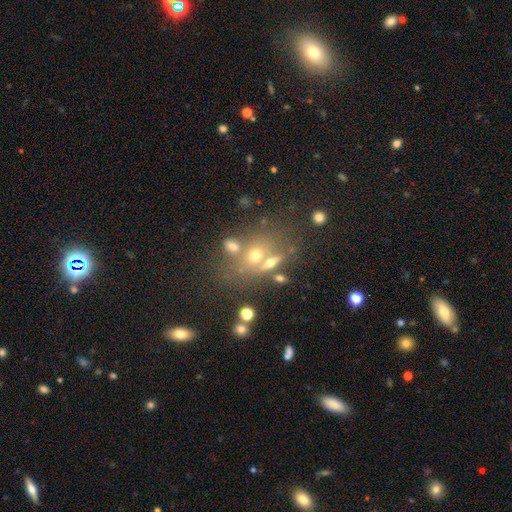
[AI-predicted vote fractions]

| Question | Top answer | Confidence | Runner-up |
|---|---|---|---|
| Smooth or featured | smooth | 42% | star or artifact (31%) |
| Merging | none | 51% | merger (30%) |